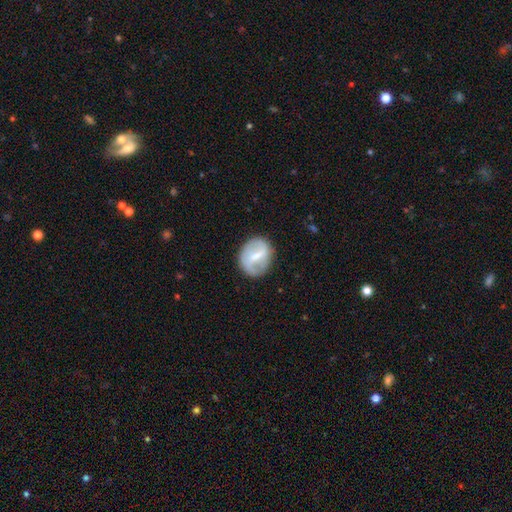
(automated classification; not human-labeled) The model was most divided on "bar": strong: 45%, weak: 42%, no: 13%. Remaining: edge-on disk — no (96%); merging — none (74%); smooth or featured — featured or disk (57%); spiral arms — yes (56%); bulge size — small (43%).